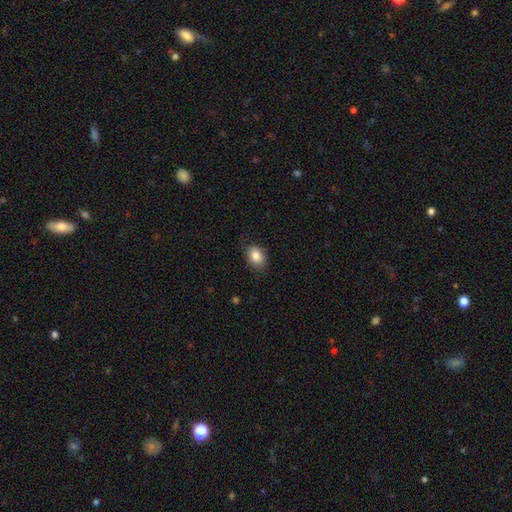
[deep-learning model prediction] Smooth or featured? Predicted: smooth (p=0.85). How rounded? Predicted: in between (p=0.76). Merging? Predicted: none (p=0.80).